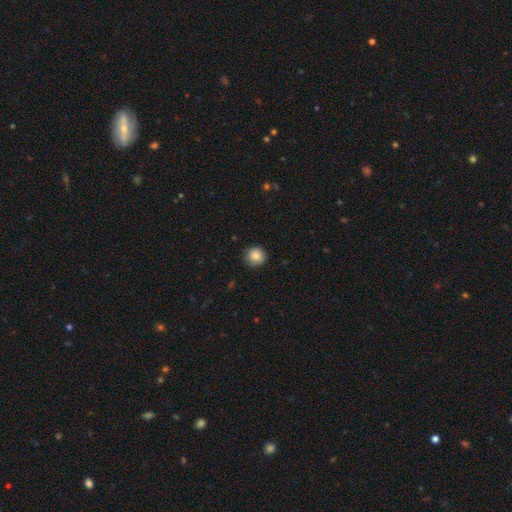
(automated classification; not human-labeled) Morphology: type=smooth (86%); roundness=round (93%); merging=none (88%).